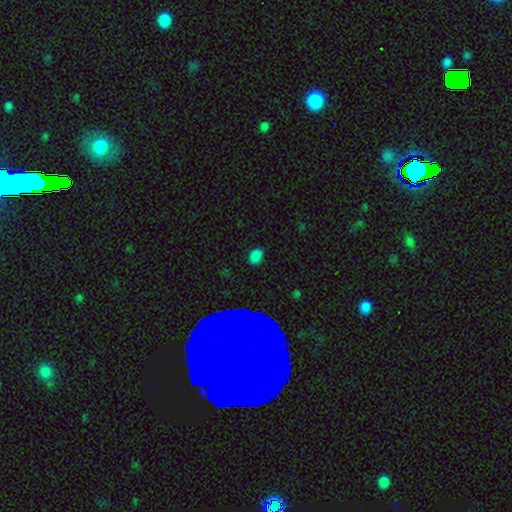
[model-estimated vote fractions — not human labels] Smooth or featured?
  - smooth: 74% *
  - star or artifact: 18%
  - featured or disk: 8%
How rounded?
  - in between: 74% *
  - round: 23%
  - cigar-shaped: 3%
Merging?
  - none: 83% *
  - minor disturbance: 12%
  - major disturbance: 3%
  - merger: 2%